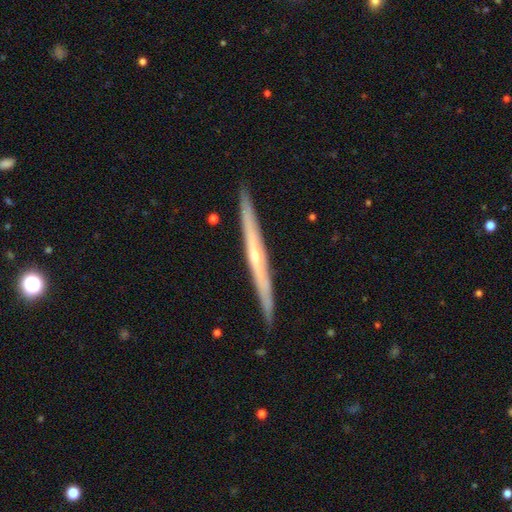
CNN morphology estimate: The model was most divided on "edge-on bulge": rounded: 53%, none: 43%, boxy: 3%. More confident: edge-on disk — yes (97%); merging — none (91%); smooth or featured — featured or disk (74%).